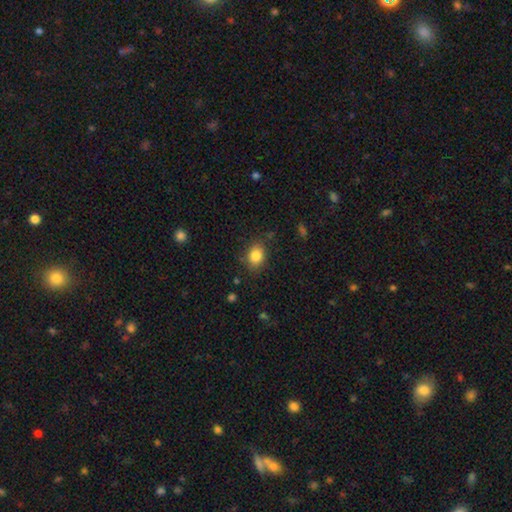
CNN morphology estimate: A smooth galaxy with no disk features (84%) that is in between round and cigar-shaped (56%). Merging: none (82%).